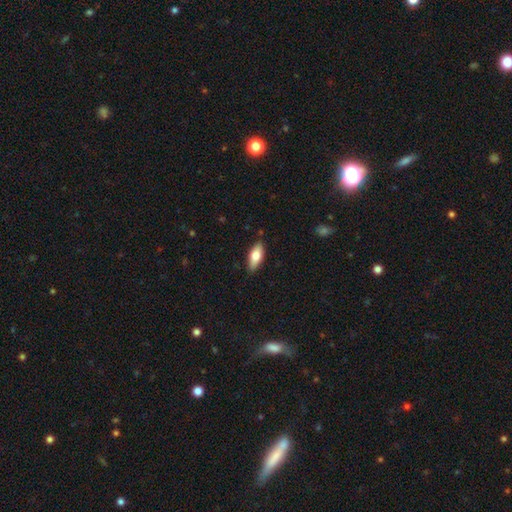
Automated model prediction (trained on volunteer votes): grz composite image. It shows a smooth galaxy with no disk features (71%) that is in between round and cigar-shaped (82%). Merging: none (86%).